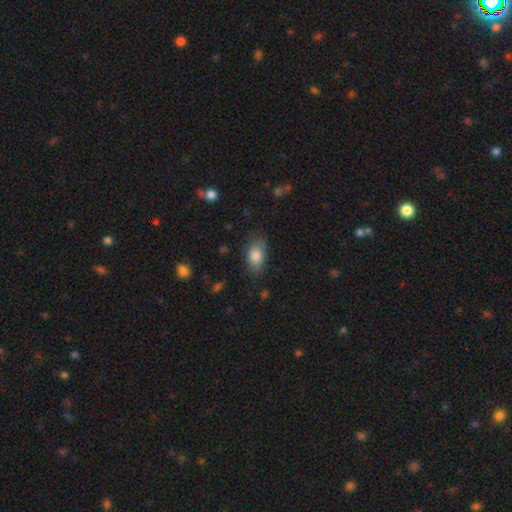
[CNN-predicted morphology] Smooth or featured? Predicted: smooth (p=0.82). How rounded? Predicted: in between (p=0.87). Merging? Predicted: none (p=0.73).